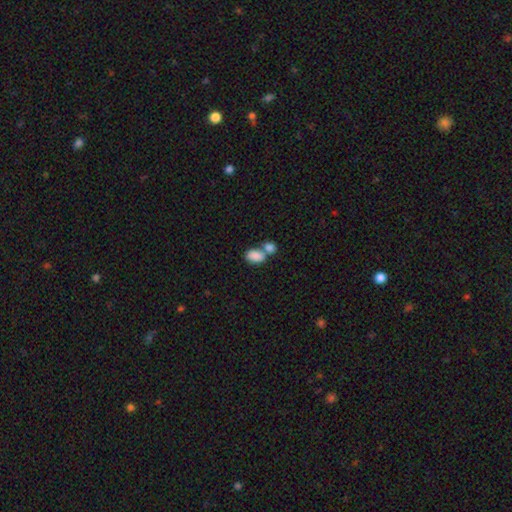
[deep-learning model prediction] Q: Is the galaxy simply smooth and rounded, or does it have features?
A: smooth — 85%.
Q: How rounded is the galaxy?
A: in between — 90%.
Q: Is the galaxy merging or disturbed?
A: merger — 58%.